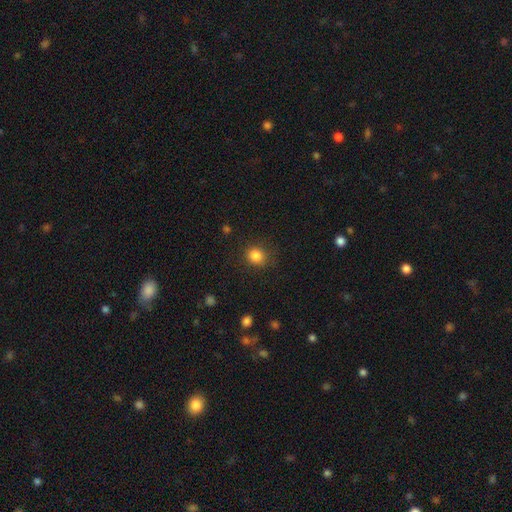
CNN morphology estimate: smooth 84%, star or artifact 11%, featured or disk 4%. Down the decision tree: how rounded — round (81%); merging — none (85%).